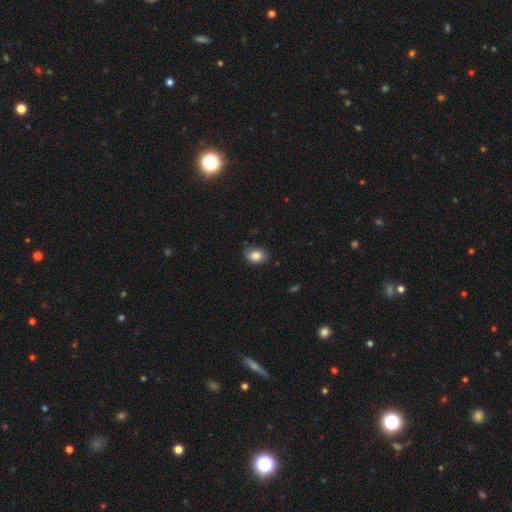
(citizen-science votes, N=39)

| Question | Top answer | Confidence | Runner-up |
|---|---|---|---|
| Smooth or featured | smooth | 82% | star or artifact (13%) |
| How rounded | in between | 75% | round (25%) |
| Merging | none | 76% | minor disturbance (24%) |